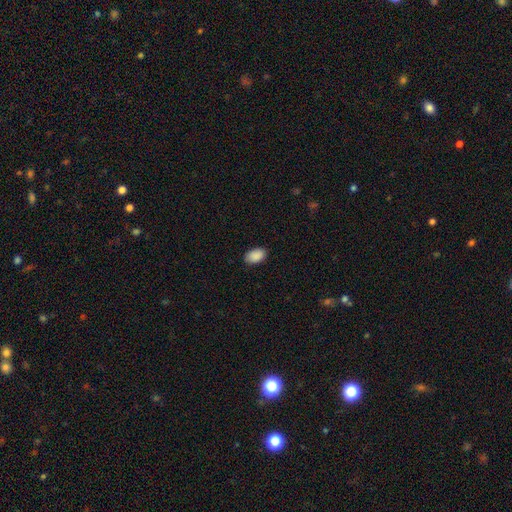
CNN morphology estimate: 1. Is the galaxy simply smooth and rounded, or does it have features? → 90% smooth, 7% star or artifact, 3% featured or disk.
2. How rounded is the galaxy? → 91% in between, 8% round, 1% cigar-shaped.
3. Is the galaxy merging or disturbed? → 86% none, 11% minor disturbance, 2% major disturbance, 1% merger.